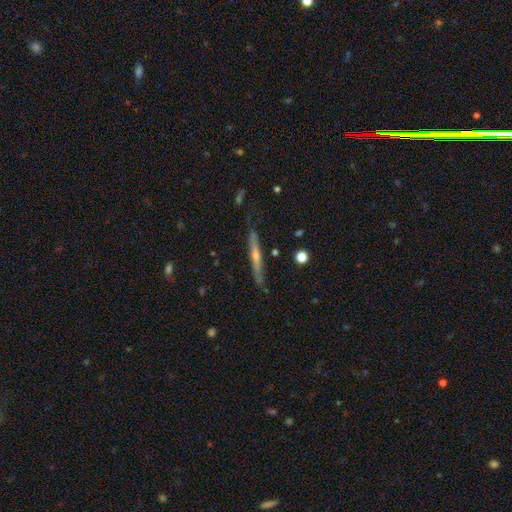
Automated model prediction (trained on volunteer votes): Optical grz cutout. It shows a featured or disk galaxy (68%) viewed edge-on (95%) with a rounded central bulge (70%). Merging: none (79%).